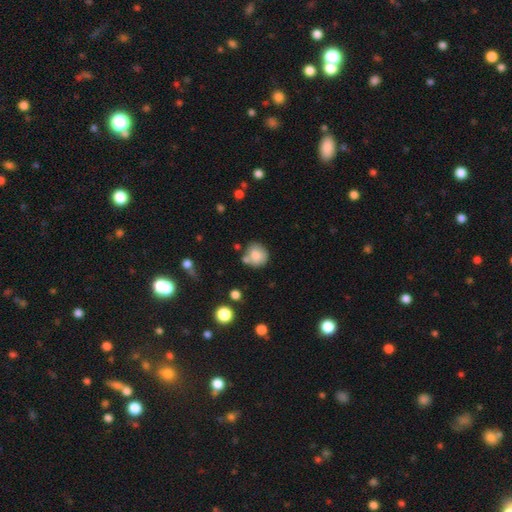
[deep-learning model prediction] smooth_or_featured: smooth (p=0.80) [alt: featured or disk p=0.11]
how_rounded: round (p=0.81) [alt: in between p=0.18]
merging: none (p=0.60) [alt: minor disturbance p=0.18]